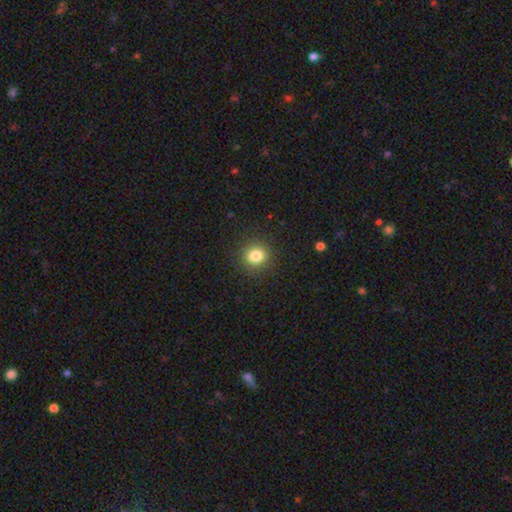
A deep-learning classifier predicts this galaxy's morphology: smooth 83%, star or artifact 12%, featured or disk 5%. Down the decision tree: how rounded — round (86%); merging — none (90%).